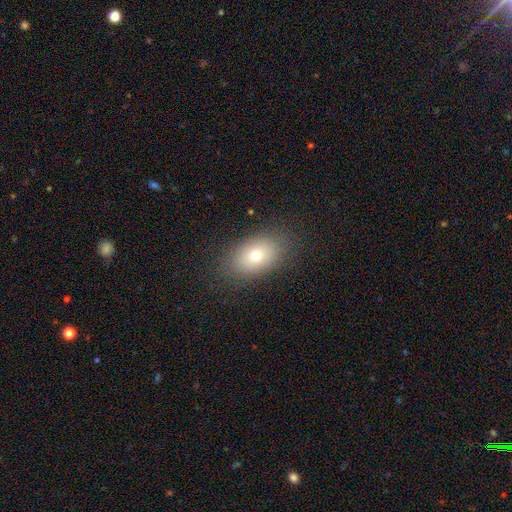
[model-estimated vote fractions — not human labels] Smooth or featured? Predicted: smooth (p=0.74). How rounded? Predicted: in between (p=0.85). Merging? Predicted: none (p=0.86).